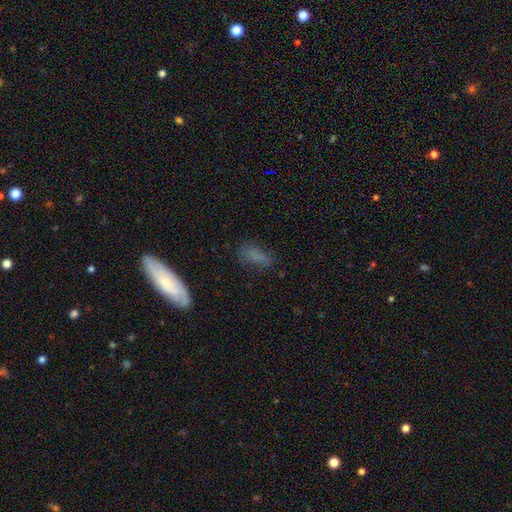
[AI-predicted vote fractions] smooth 69%, featured or disk 19%, star or artifact 12%. Down the decision tree: how rounded — in between (68%); merging — none (65%).